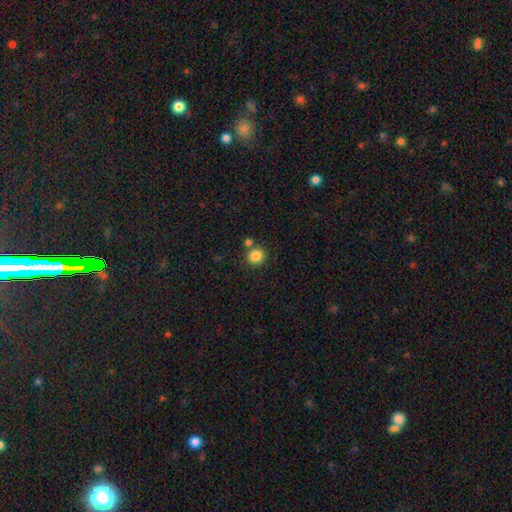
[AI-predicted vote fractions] Smooth or featured? Predicted: smooth (p=0.85). How rounded? Predicted: round (p=0.86). Merging? Predicted: none (p=0.72).